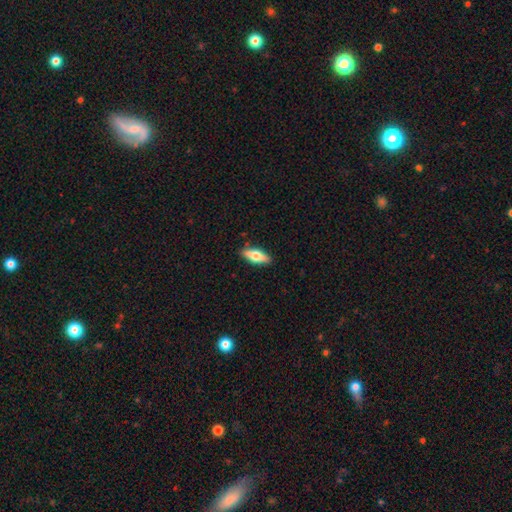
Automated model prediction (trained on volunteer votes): This is likely a smooth galaxy (61%). How rounded: likely in between (66%). Merging: clearly none (88%).